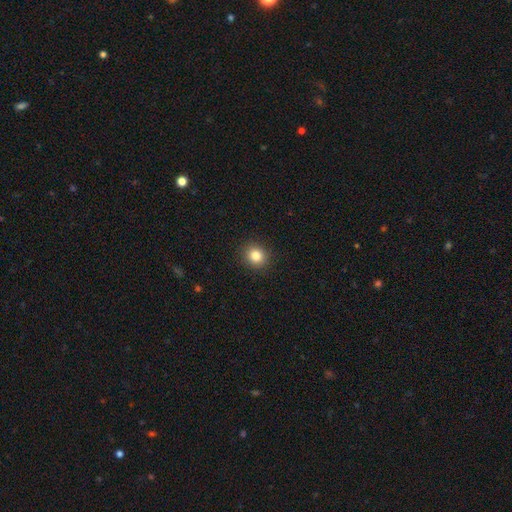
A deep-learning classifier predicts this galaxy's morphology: smooth-or-featured: smooth: 83% | star or artifact: 11% | featured or disk: 6%
  how-rounded: round: 84% | in between: 15% | cigar-shaped: 1%
  merging: none: 91% | minor disturbance: 6% | major disturbance: 2% | merger: 1%